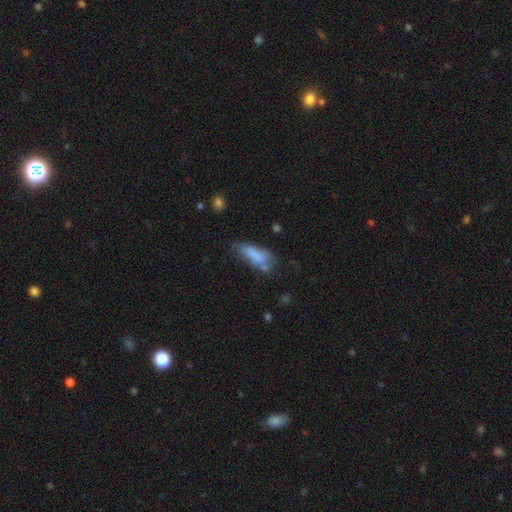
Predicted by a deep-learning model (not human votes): Smooth or featured? Predicted: smooth (p=0.70). How rounded? Predicted: in between (p=0.63). Merging? Predicted: none (p=0.34).